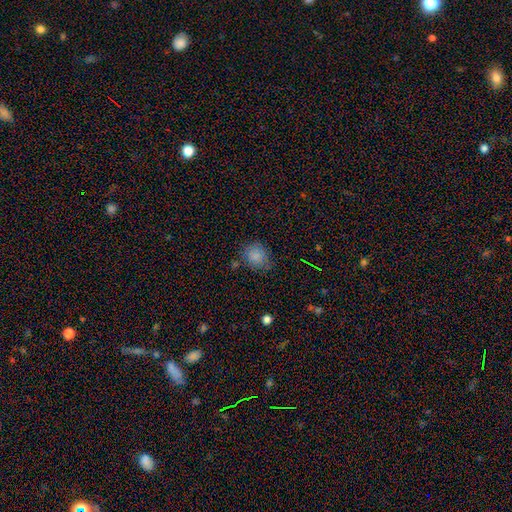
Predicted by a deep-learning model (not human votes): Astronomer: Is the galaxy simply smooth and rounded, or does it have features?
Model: smooth — 83%.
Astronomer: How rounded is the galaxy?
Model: round — 70%.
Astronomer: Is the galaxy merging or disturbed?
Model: none — 73%.